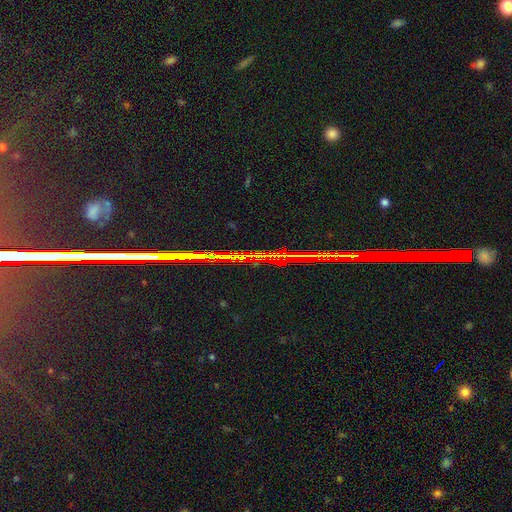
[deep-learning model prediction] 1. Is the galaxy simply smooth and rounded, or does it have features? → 86% star or artifact, 8% featured or disk, 6% smooth.